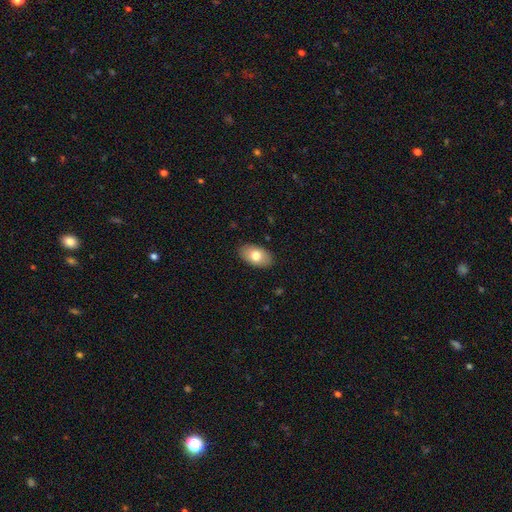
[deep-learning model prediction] smooth 75%, featured or disk 19%, star or artifact 7%. Down the decision tree: how rounded — in between (93%); merging — none (88%).